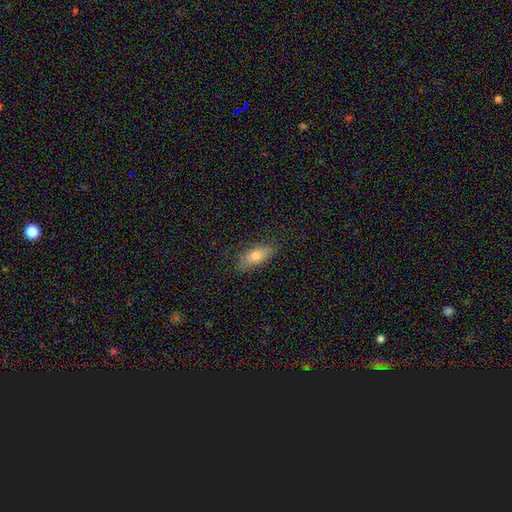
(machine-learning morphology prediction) This appears to be a smooth galaxy with no disk features (76%) that is in between round and cigar-shaped (80%). Merging: none (80%).